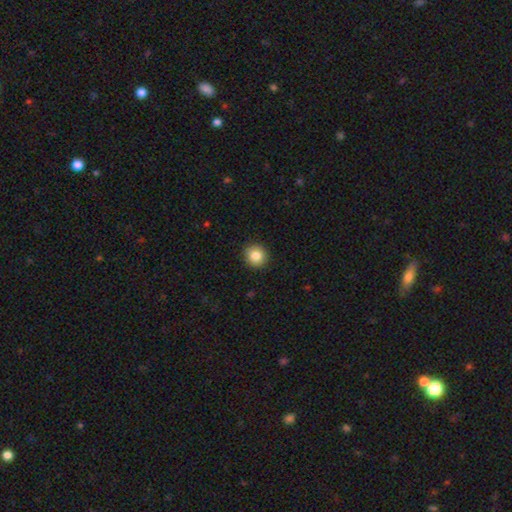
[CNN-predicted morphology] This is clearly a smooth galaxy (85%). How rounded: clearly round (91%). Merging: clearly none (92%).